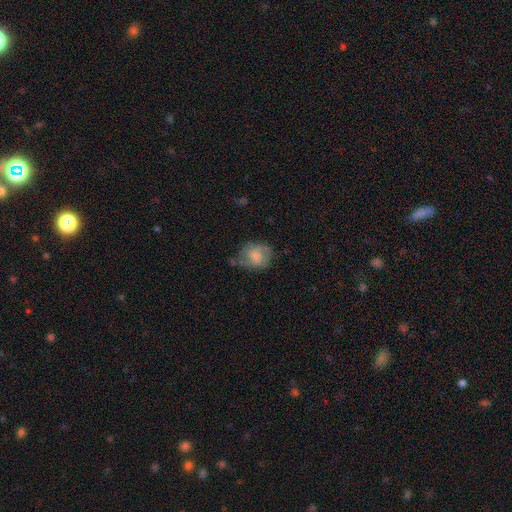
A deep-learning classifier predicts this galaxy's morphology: Smooth or featured?
  - smooth: 56% *
  - featured or disk: 35%
  - star or artifact: 9%
How rounded?
  - round: 54% *
  - in between: 45%
  - cigar-shaped: 1%
Merging?
  - none: 49% *
  - minor disturbance: 31%
  - major disturbance: 17%
  - merger: 4%